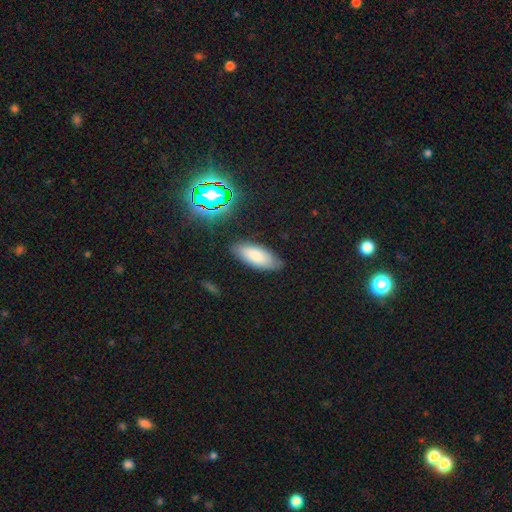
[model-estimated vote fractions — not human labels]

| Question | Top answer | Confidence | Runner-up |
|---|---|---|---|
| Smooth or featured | smooth | 81% | featured or disk (11%) |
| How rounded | in between | 81% | cigar-shaped (17%) |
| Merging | none | 81% | minor disturbance (14%) |